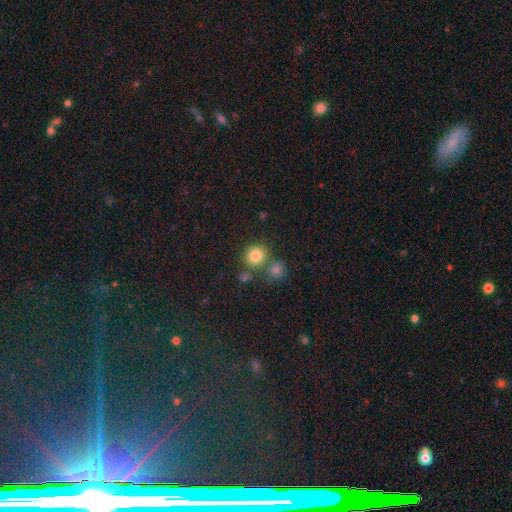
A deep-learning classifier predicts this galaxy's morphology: Smooth or featured? Predicted: smooth (p=0.81). How rounded? Predicted: round (p=0.84). Merging? Predicted: none (p=0.66).